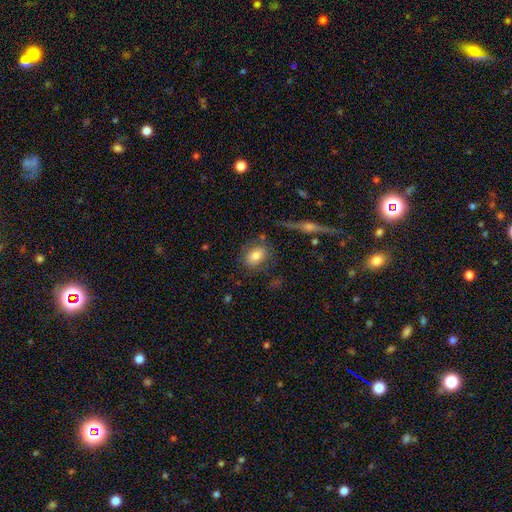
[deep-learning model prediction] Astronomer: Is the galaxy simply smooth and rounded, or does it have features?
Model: smooth — 74%.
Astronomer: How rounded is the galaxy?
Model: in between — 62%.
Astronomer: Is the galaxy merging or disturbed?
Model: none — 69%.